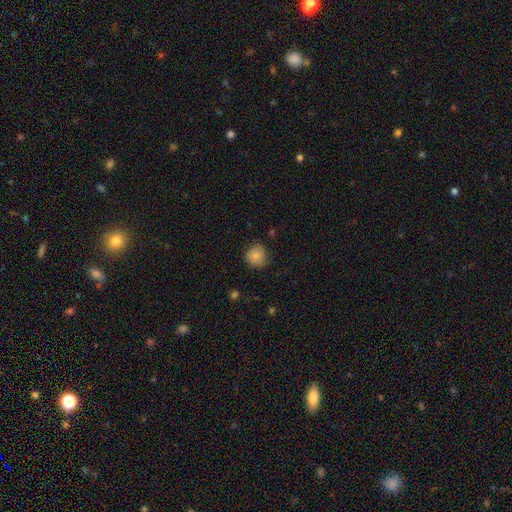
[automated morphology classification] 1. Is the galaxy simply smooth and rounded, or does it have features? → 82% smooth, 9% featured or disk, 9% star or artifact.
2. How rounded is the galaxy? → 89% round, 10% in between, 1% cigar-shaped.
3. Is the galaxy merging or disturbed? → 77% none, 18% minor disturbance, 4% major disturbance, 1% merger.